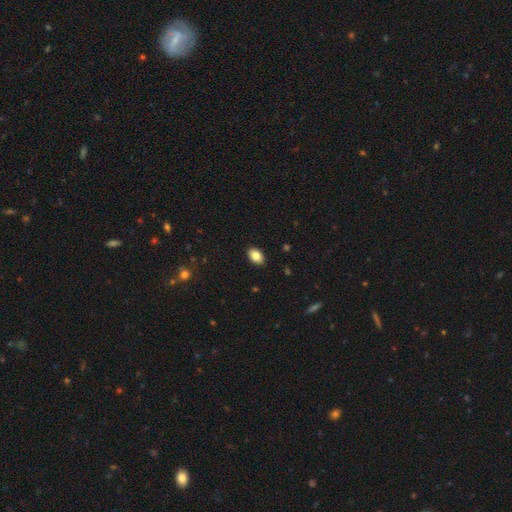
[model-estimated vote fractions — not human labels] This appears to be a smooth galaxy with no disk features (87%) that is in between round and cigar-shaped (89%). Merging: none (90%).